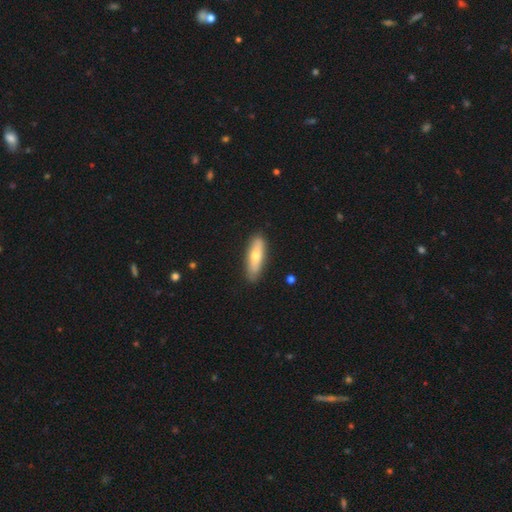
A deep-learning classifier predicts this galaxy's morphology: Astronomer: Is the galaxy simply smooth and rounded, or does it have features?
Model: smooth — 63%.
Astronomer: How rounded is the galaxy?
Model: cigar-shaped — 52% (runner-up: in between, 46%).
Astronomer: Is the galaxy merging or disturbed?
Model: none — 86%.